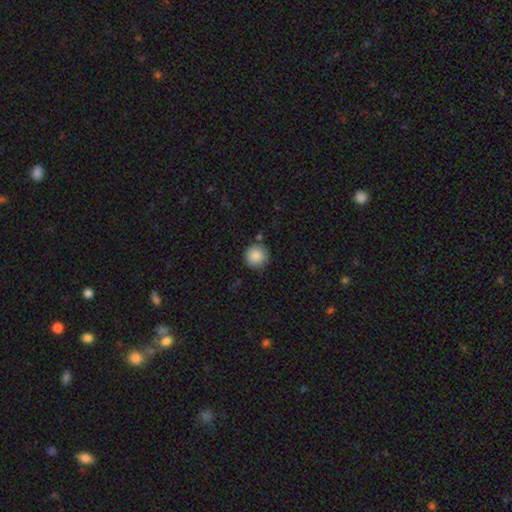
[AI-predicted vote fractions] A smooth galaxy with no disk features (87%) that is round (95%). Merging: none (82%).